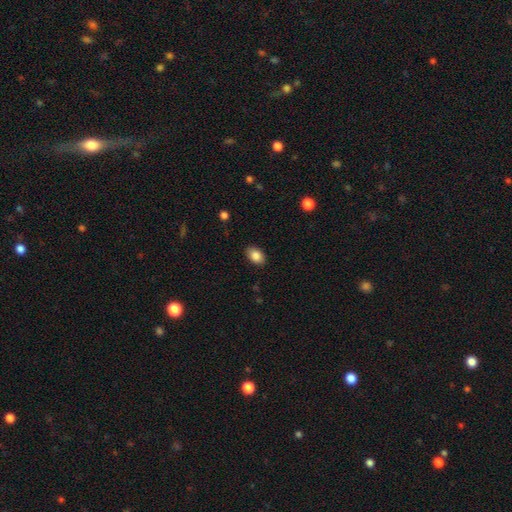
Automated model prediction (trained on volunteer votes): smooth 86%, star or artifact 8%, featured or disk 6%. Down the decision tree: how rounded — in between (86%); merging — none (88%).